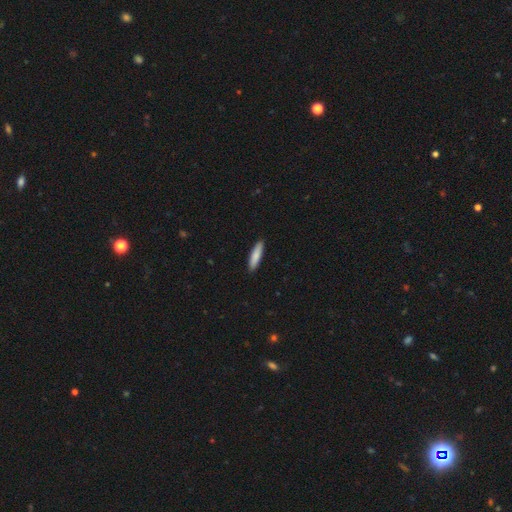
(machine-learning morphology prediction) Smooth or featured?
  - smooth: 85% *
  - featured or disk: 10%
  - star or artifact: 5%
How rounded?
  - cigar-shaped: 79% *
  - in between: 20%
  - round: 1%
Merging?
  - none: 91% *
  - minor disturbance: 6%
  - major disturbance: 1%
  - merger: 1%